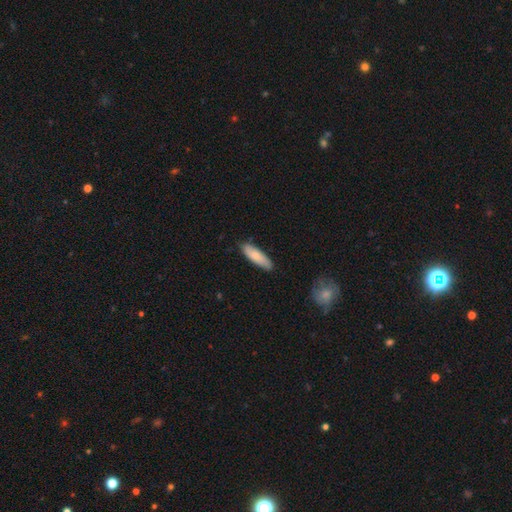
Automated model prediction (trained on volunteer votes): Smooth or featured?
  - smooth: 80% *
  - featured or disk: 15%
  - star or artifact: 5%
How rounded?
  - cigar-shaped: 53% *
  - in between: 45%
  - round: 2%
Merging?
  - none: 83% *
  - minor disturbance: 14%
  - major disturbance: 2%
  - merger: 1%